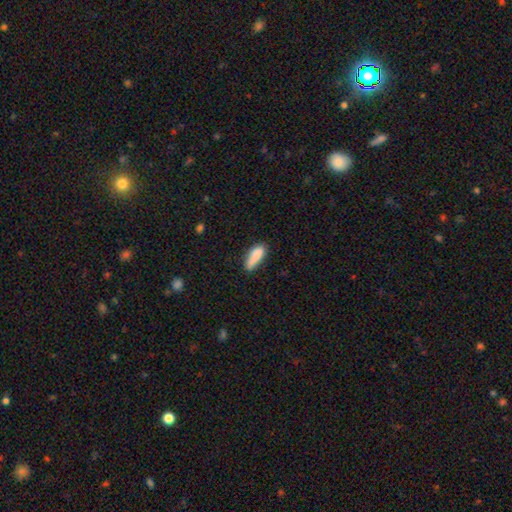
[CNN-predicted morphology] The model was most divided on "how rounded": in between: 53%, cigar-shaped: 45%, round: 2%. More confident: smooth or featured — smooth (85%); merging — none (71%).